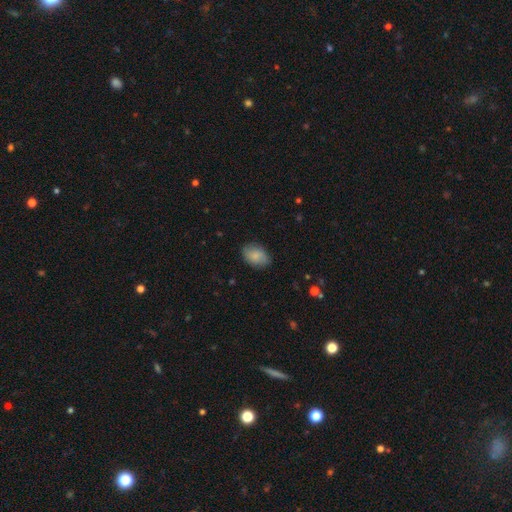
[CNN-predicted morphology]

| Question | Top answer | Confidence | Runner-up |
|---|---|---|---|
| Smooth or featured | smooth | 83% | featured or disk (10%) |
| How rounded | in between | 84% | round (15%) |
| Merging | none | 80% | minor disturbance (15%) |